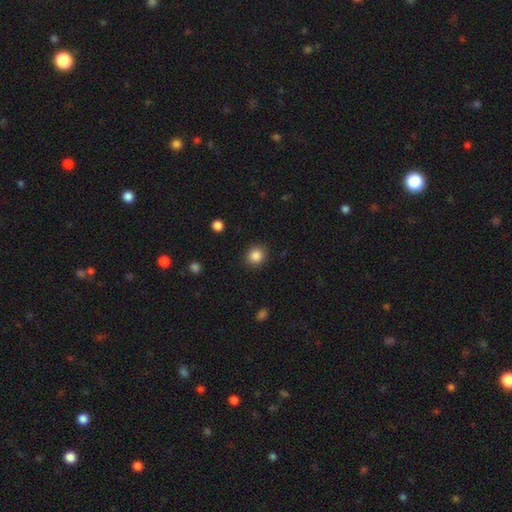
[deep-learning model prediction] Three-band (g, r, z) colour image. It shows a smooth galaxy with no disk features (86%) that is round (83%). Merging: none (89%).